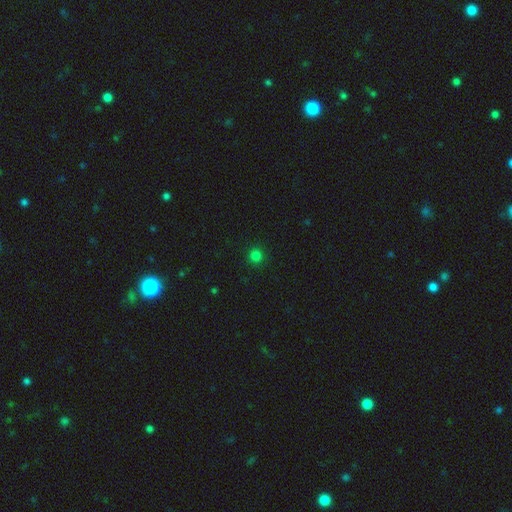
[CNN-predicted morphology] Q: Smooth or featured?
A: smooth (81%); runner-up: star or artifact (16%)
Q: How rounded?
A: round (94%); runner-up: in between (5%)
Q: Merging?
A: none (92%); runner-up: minor disturbance (5%)